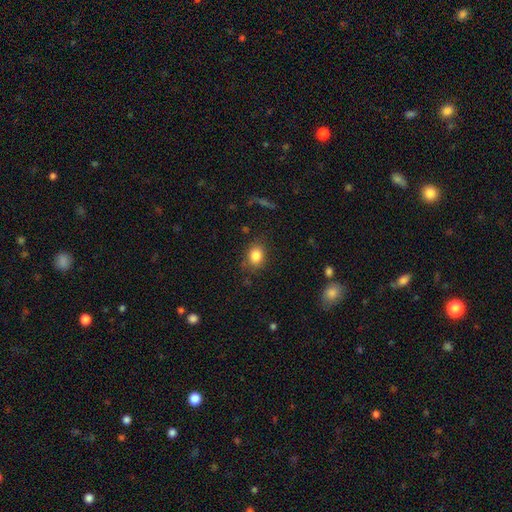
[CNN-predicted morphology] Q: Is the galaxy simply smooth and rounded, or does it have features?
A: smooth — 84%.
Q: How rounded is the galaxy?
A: in between — 51%.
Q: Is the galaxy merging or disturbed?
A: none — 80%.